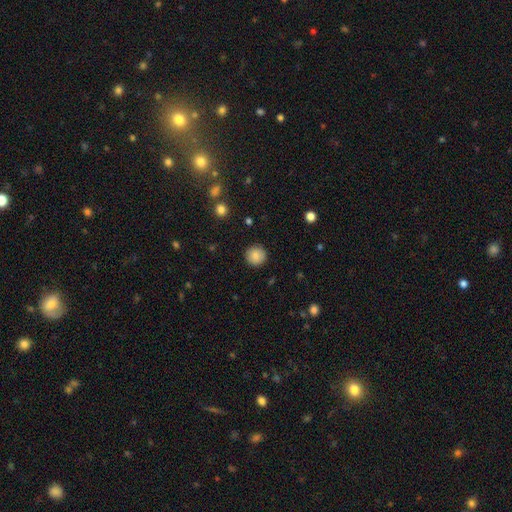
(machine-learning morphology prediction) smooth 86%, star or artifact 9%, featured or disk 6%. Down the decision tree: how rounded — round (94%); merging — none (91%).